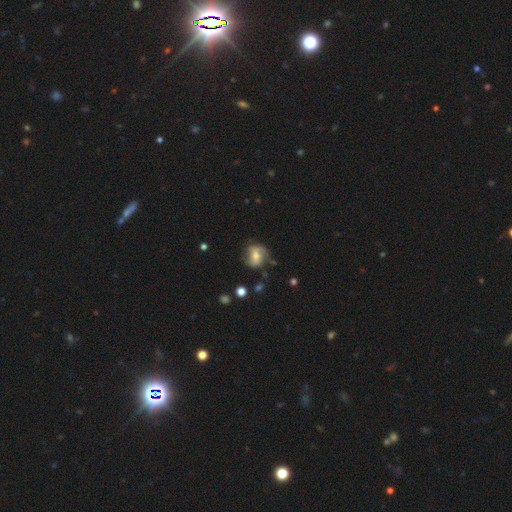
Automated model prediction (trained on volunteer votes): A featured or disk galaxy (63%) with a weak bar (41%), 2 (81%) medium (41%) spiral arms (85%) and a moderate central bulge (55%).

Vote fractions:
- Smooth or featured? featured or disk: 63% / smooth: 29% / star or artifact: 8%
- Edge-on disk? no: 96% / yes: 4%
- Bar? weak: 41% / no: 36% / strong: 23%
- Spiral arms? yes: 85% / no: 15%
- Spiral winding? medium: 41% / loose: 37% / tight: 21%
- Spiral arm count? 2: 81% / can't tell: 11% / 3: 3% / 1: 3% / 4: 1% / more than 4: 1%
- Bulge size? moderate: 55% / small: 37% / large: 4% / none: 3% / dominant: 1%
- Merging? none: 70% / minor disturbance: 20% / major disturbance: 8% / merger: 2%